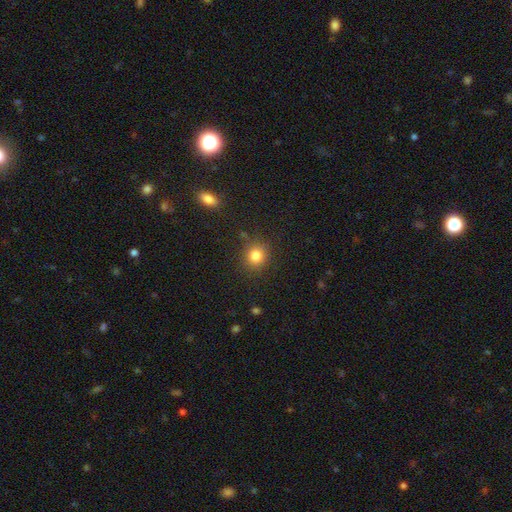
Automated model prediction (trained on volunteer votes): smooth-or-featured: smooth: 83% | star or artifact: 12% | featured or disk: 5%
  how-rounded: round: 86% | in between: 13% | cigar-shaped: 1%
  merging: none: 85% | minor disturbance: 9% | major disturbance: 3% | merger: 3%